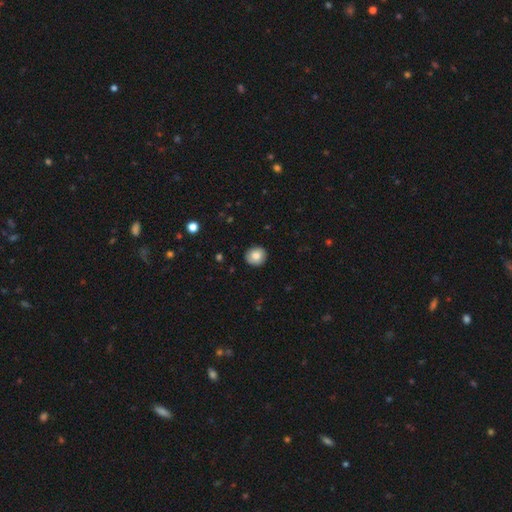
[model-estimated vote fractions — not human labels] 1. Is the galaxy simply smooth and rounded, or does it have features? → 81% smooth, 11% featured or disk, 8% star or artifact.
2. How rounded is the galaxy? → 88% round, 11% in between, 1% cigar-shaped.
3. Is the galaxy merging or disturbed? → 90% none, 8% minor disturbance, 2% major disturbance, 1% merger.